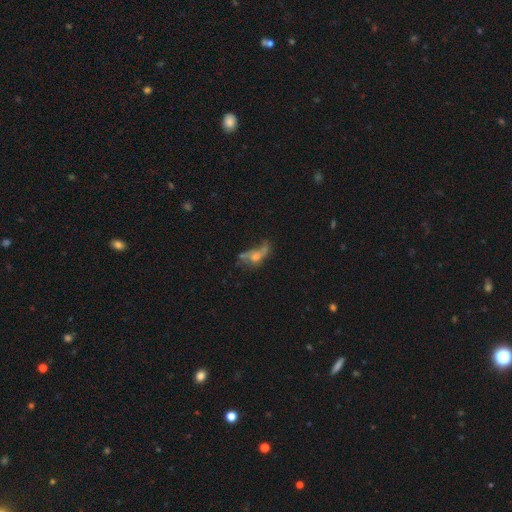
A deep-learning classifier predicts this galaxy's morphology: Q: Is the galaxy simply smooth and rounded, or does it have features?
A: featured or disk — 52%.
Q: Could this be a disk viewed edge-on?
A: no — 87%.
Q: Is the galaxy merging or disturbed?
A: major disturbance — 40%.